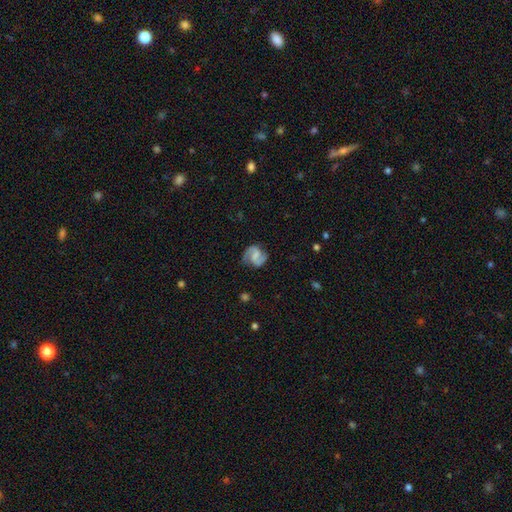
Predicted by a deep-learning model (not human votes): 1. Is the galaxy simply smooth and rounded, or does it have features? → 79% featured or disk, 15% smooth, 6% star or artifact.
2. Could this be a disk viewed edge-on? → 98% no, 2% yes.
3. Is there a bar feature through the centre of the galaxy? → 47% weak, 29% no, 24% strong.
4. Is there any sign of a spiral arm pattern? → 95% yes, 5% no.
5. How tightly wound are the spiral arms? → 51% medium, 28% loose, 20% tight.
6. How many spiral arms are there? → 90% 2, 4% can't tell, 3% 1, 2% 3, 1% 4, 1% more than 4.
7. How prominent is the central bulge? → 44% none, 29% small, 20% moderate, 5% large, 1% dominant.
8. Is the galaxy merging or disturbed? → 74% none, 17% minor disturbance, 7% major disturbance, 2% merger.